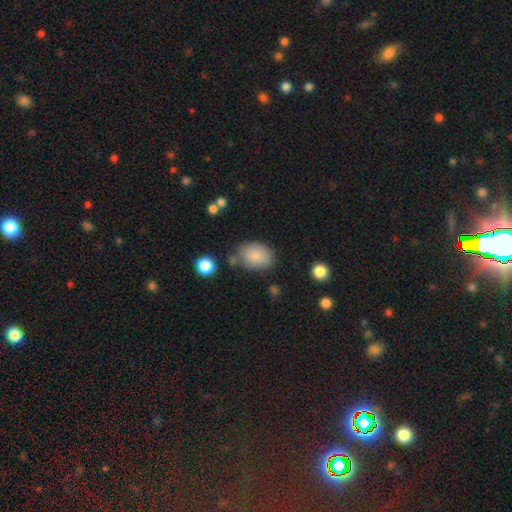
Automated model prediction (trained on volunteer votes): Overall: smooth (86%). How rounded: in between (76%). Merging: none (70%).